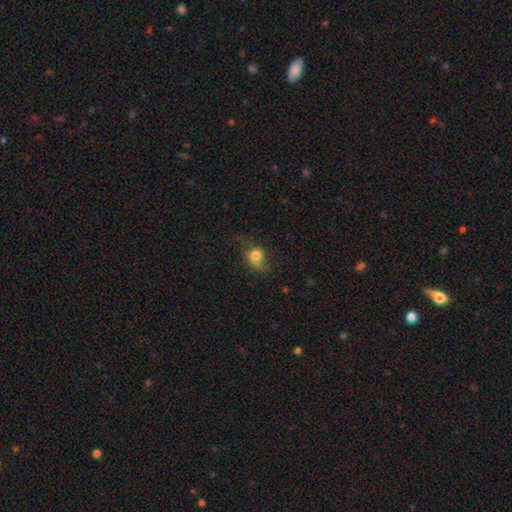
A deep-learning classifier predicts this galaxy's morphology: This is likely a smooth galaxy (74%). How rounded: possibly round (58%). Merging: possibly none (53%).